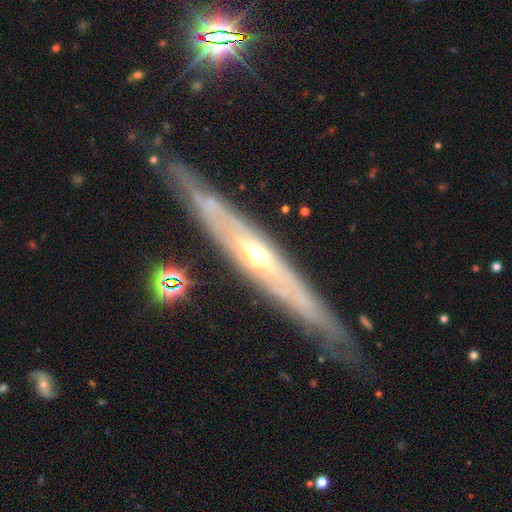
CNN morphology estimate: Smooth or featured? Predicted: featured or disk (p=0.83). Edge-on disk? Predicted: yes (p=0.70). Edge-on bulge? Predicted: rounded (p=0.72). Merging? Predicted: none (p=0.81).